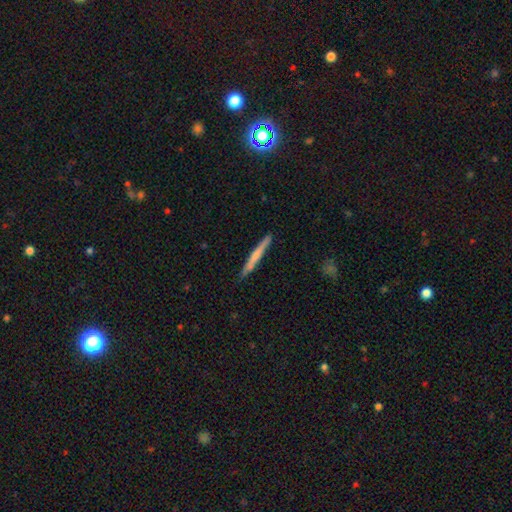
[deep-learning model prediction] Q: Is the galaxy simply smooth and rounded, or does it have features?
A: smooth — 57%.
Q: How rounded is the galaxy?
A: cigar-shaped — 96%.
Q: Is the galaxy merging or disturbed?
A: none — 88%.